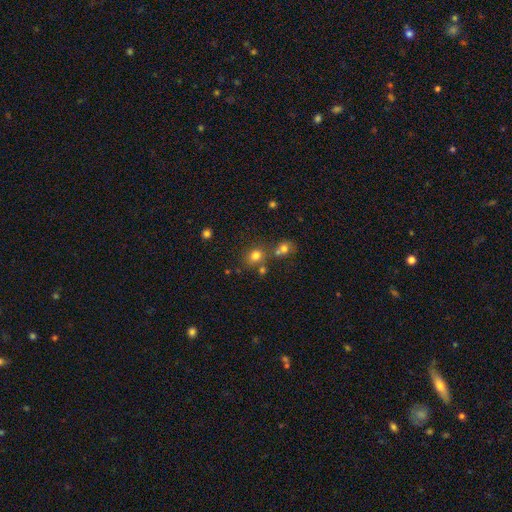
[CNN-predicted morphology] Overall: smooth (76%). How rounded: round (69%; in between 30%). Merging: none (64%).